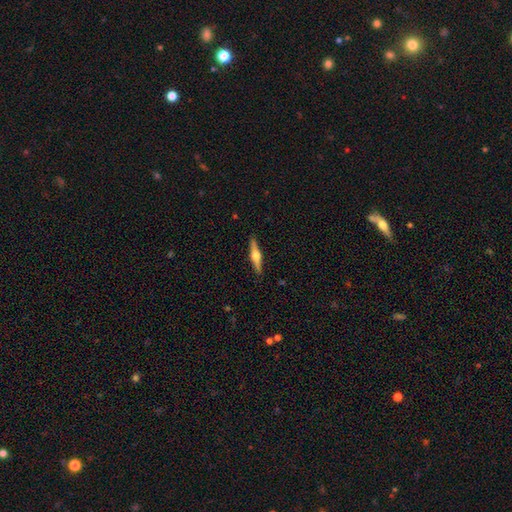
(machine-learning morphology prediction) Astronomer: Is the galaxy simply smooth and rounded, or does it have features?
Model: featured or disk — 71%.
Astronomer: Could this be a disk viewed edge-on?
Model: yes — 98%.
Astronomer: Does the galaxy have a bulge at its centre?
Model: rounded — 94%.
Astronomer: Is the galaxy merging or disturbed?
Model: none — 90%.